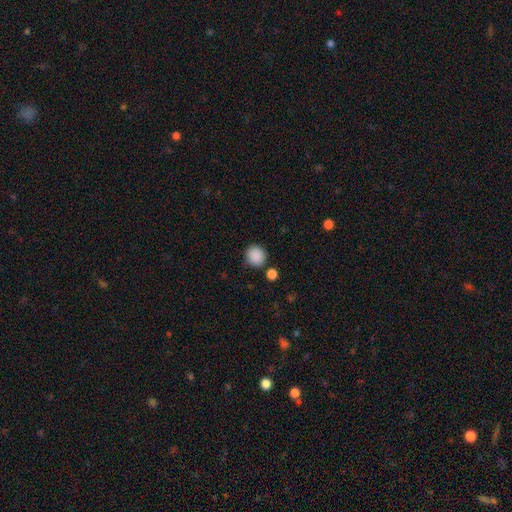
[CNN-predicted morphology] smooth_or_featured: smooth (p=0.88) [alt: star or artifact p=0.09]
how_rounded: round (p=0.90) [alt: in between p=0.09]
merging: none (p=0.83) [alt: minor disturbance p=0.09]